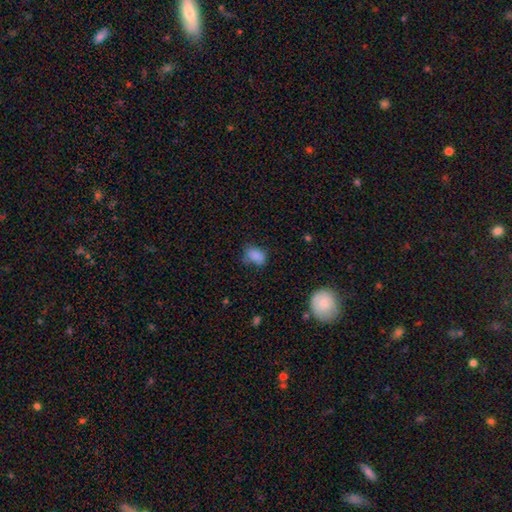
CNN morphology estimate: type=smooth (83%); roundness=in between (82%); merging=none (54%).